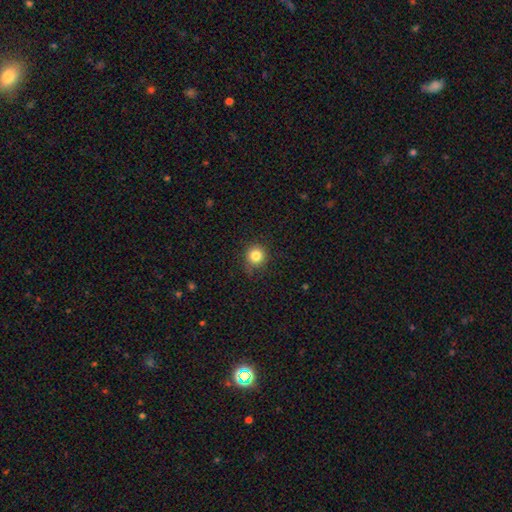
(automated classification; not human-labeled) The model was most divided on "merging": none: 83%, minor disturbance: 13%, major disturbance: 3%, merger: 1%. More confident: how rounded — round (93%); smooth or featured — smooth (83%).